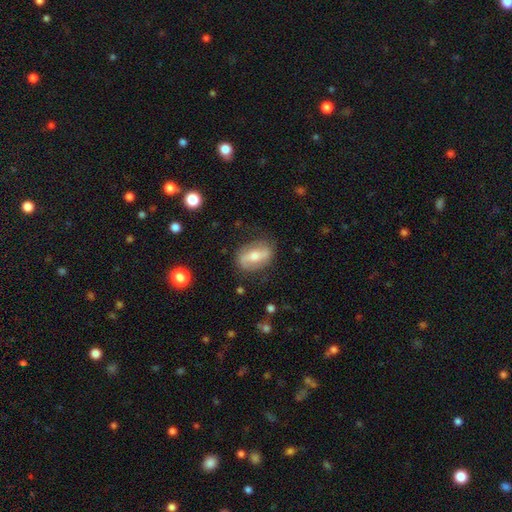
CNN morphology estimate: Smooth or featured: featured or disk — 58% (smooth — 35%)
Edge-on disk: no — 85% (yes — 15%)
Merging: none — 77% (minor disturbance — 16%)